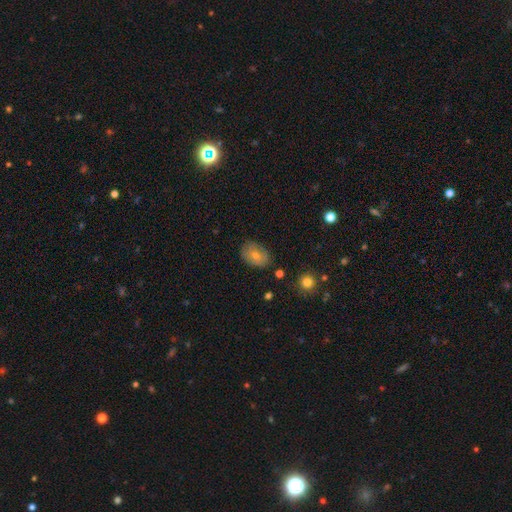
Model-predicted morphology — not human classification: A smooth galaxy with no disk features (72%) that is in between round and cigar-shaped (78%).

Vote fractions:
- Smooth or featured? smooth: 72% / featured or disk: 20% / star or artifact: 8%
- How rounded? in between: 78% / round: 21% / cigar-shaped: 1%
- Merging? none: 78% / minor disturbance: 16% / major disturbance: 4% / merger: 2%